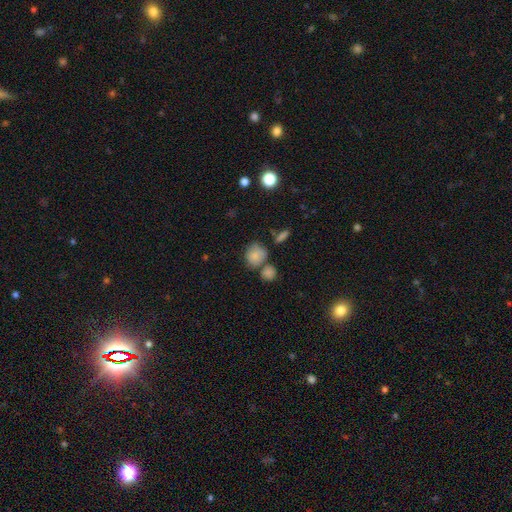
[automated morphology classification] Smooth or featured?
  - smooth: 81% *
  - star or artifact: 10%
  - featured or disk: 10%
How rounded?
  - round: 67% *
  - in between: 32%
  - cigar-shaped: 1%
Merging?
  - none: 50% *
  - merger: 24%
  - minor disturbance: 18%
  - major disturbance: 7%